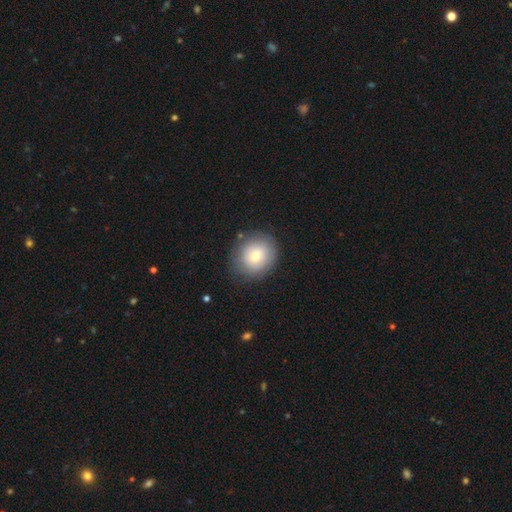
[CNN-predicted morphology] Smooth or featured?
  - smooth: 73% *
  - featured or disk: 18%
  - star or artifact: 10%
How rounded?
  - round: 82% *
  - in between: 17%
  - cigar-shaped: 1%
Merging?
  - none: 82% *
  - minor disturbance: 12%
  - major disturbance: 4%
  - merger: 2%